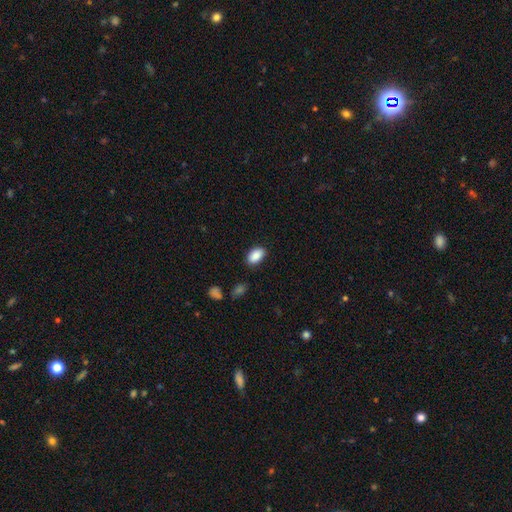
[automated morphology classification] Q: Smooth or featured?
A: smooth (89%); runner-up: star or artifact (7%)
Q: How rounded?
A: in between (93%); runner-up: round (5%)
Q: Merging?
A: none (86%); runner-up: minor disturbance (10%)